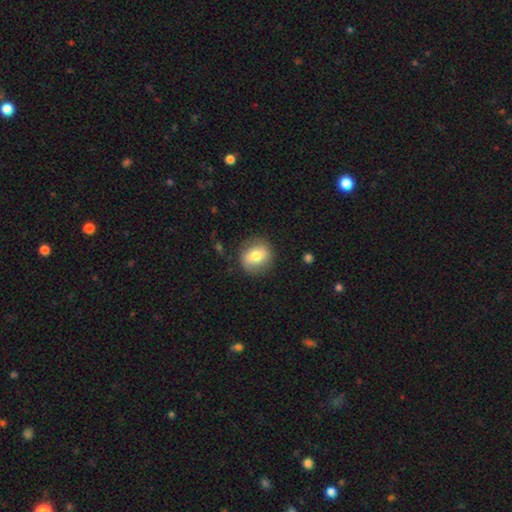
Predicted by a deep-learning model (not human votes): A smooth galaxy with no disk features (70%) that is round (73%). Merging: none (84%).